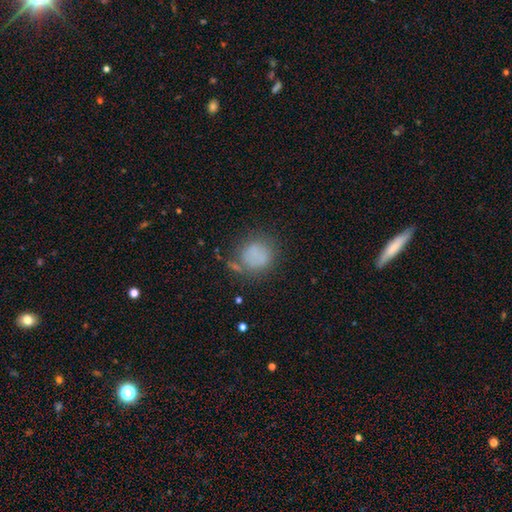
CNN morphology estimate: Smooth or featured? Predicted: smooth (p=0.73). How rounded? Predicted: round (p=0.84). Merging? Predicted: none (p=0.58).